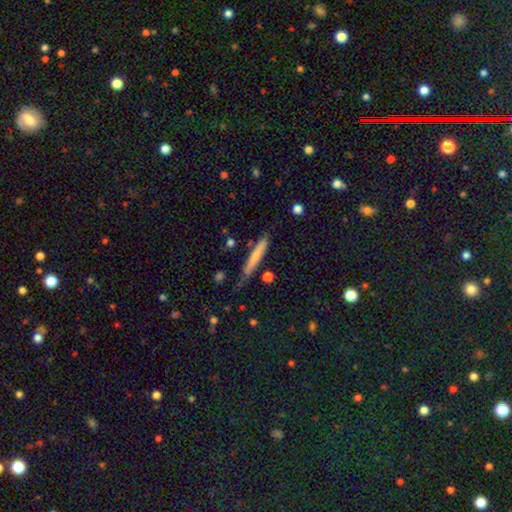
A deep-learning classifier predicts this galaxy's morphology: This appears to be a smooth galaxy with no disk features (68%) that is cigar-shaped (94%). Merging: none (67%).